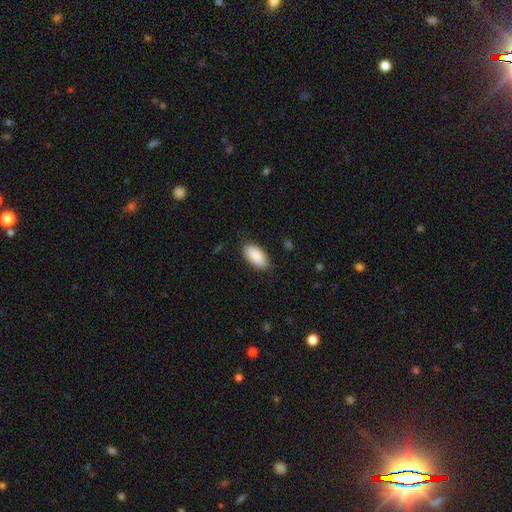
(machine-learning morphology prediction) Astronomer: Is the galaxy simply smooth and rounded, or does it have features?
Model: smooth — 88%.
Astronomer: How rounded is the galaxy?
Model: in between — 94%.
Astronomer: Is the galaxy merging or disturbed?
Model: none — 84%.